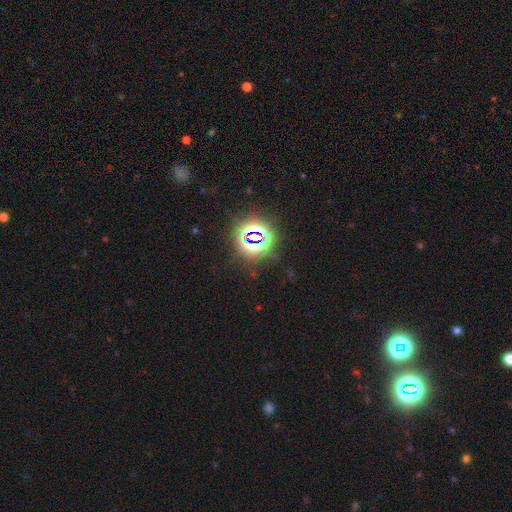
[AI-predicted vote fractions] star or artifact 79%, smooth 13%, featured or disk 7%.